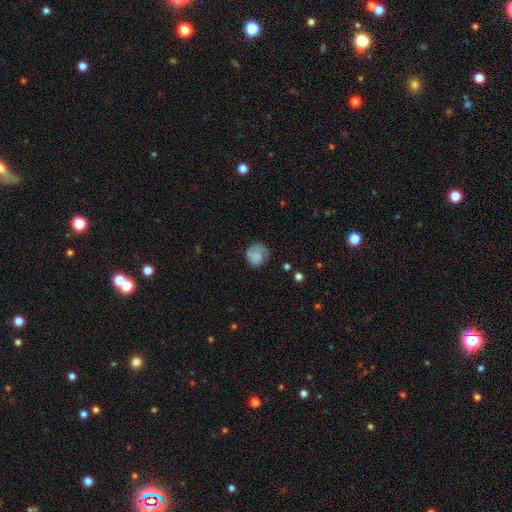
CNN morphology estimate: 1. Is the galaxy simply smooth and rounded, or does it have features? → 64% smooth, 27% featured or disk, 9% star or artifact.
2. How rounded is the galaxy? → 77% round, 22% in between, 1% cigar-shaped.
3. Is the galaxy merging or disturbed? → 53% none, 26% minor disturbance, 18% major disturbance, 3% merger.